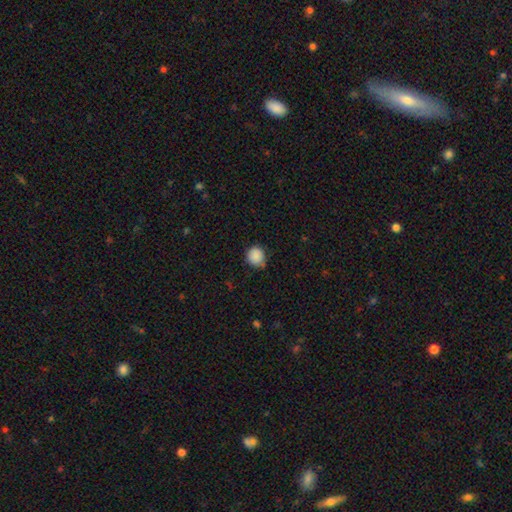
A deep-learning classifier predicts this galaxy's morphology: This appears to be a smooth galaxy with no disk features (88%) that is round (89%). Merging: none (74%).